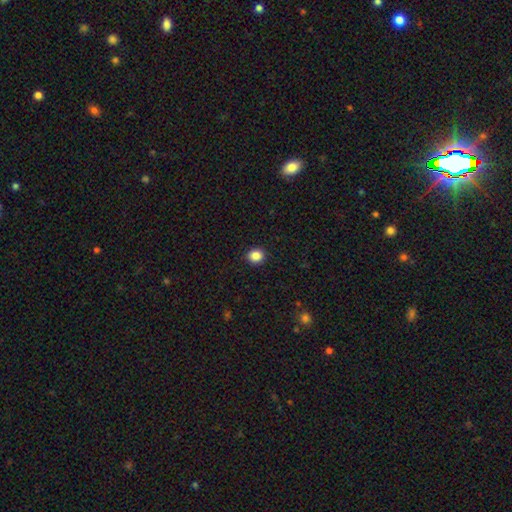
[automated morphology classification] Smooth or featured? Predicted: smooth (p=0.86). How rounded? Predicted: round (p=0.82). Merging? Predicted: none (p=0.92).